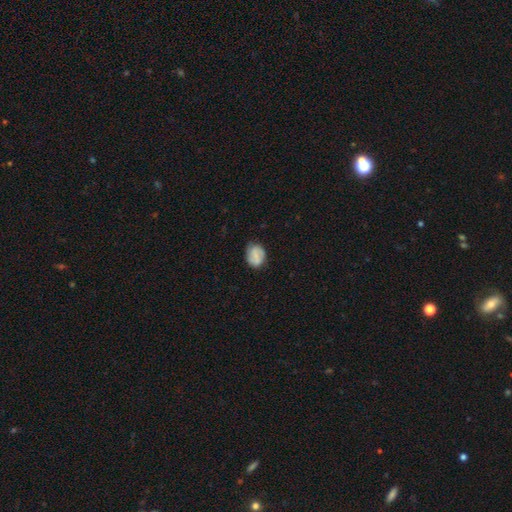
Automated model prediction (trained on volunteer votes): smooth-or-featured: smooth: 56% | featured or disk: 35% | star or artifact: 9%
  how-rounded: in between: 54% | round: 45% | cigar-shaped: 1%
  merging: none: 71% | minor disturbance: 22% | major disturbance: 6% | merger: 2%